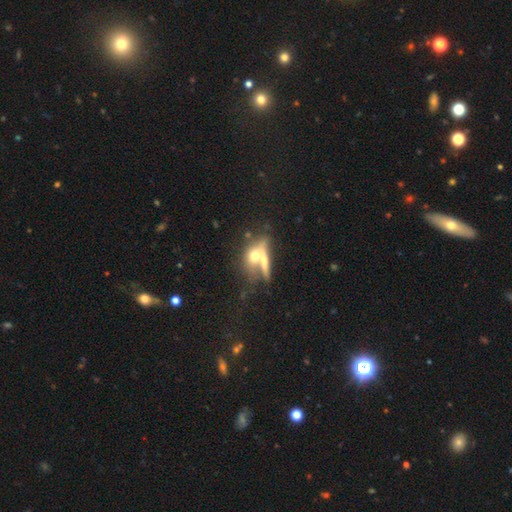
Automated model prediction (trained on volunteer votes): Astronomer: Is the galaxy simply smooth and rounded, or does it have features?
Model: smooth — 59%.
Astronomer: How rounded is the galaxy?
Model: in between — 47% (runner-up: round, 31%).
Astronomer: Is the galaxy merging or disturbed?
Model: merger — 49% (runner-up: none, 31%).